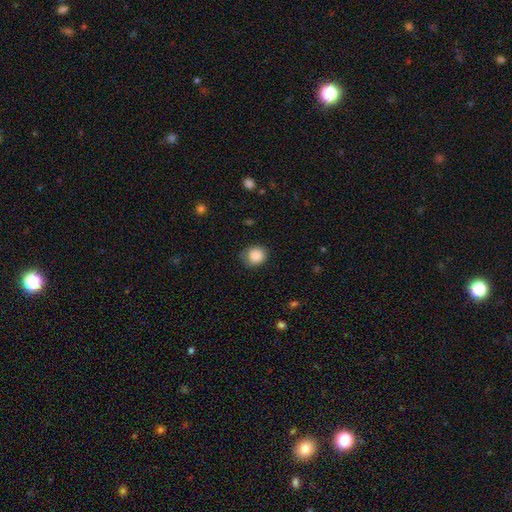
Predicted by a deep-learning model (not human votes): A smooth galaxy with no disk features (87%) that is round (75%). Merging: none (70%).